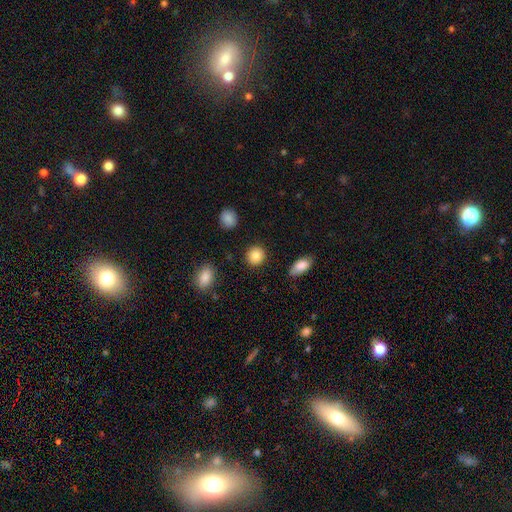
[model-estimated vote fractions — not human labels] smooth-or-featured: smooth: 87% | star or artifact: 8% | featured or disk: 5%
  how-rounded: round: 87% | in between: 12% | cigar-shaped: 1%
  merging: none: 90% | minor disturbance: 6% | major disturbance: 2% | merger: 1%